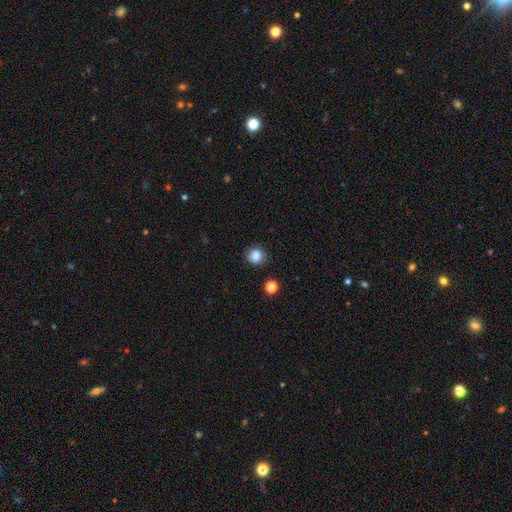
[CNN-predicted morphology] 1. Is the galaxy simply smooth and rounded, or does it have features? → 85% smooth, 11% star or artifact, 5% featured or disk.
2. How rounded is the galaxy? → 81% round, 18% in between, 1% cigar-shaped.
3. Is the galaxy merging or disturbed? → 83% none, 11% minor disturbance, 3% major disturbance, 3% merger.